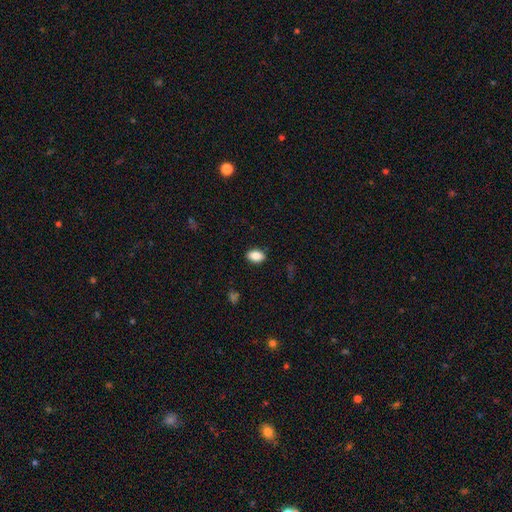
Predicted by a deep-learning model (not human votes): This is clearly a smooth galaxy (87%). How rounded: clearly in between (85%). Merging: clearly none (88%).